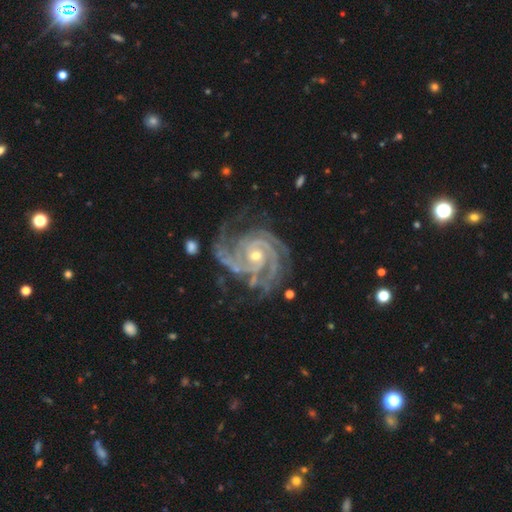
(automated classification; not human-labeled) This appears to be a featured or disk galaxy (93%) with no bar (61%), 3 (34%) tight (72%) spiral arms (99%) and a small central bulge (53%). Merging: none (68%).